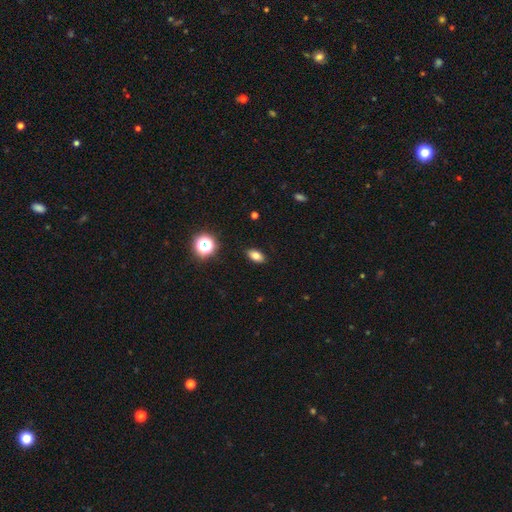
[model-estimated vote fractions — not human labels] Smooth or featured: smooth — 78% (star or artifact — 13%)
How rounded: in between — 87% (round — 9%)
Merging: none — 89% (minor disturbance — 8%)